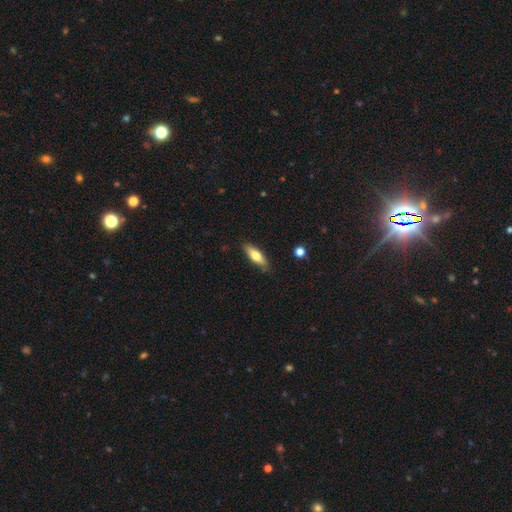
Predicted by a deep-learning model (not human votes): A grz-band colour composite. It shows a smooth galaxy with no disk features (68%) that is in between round and cigar-shaped (50%). Merging: none (83%).